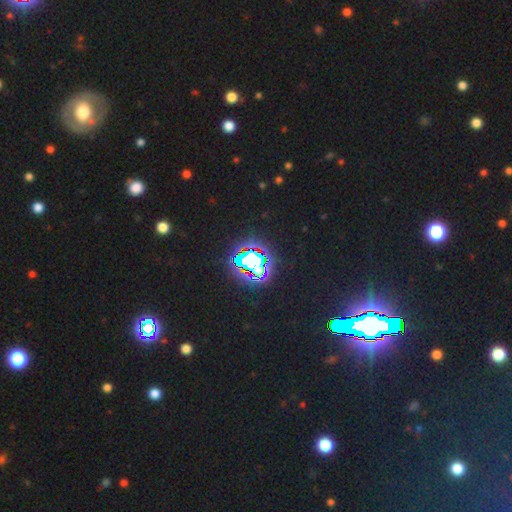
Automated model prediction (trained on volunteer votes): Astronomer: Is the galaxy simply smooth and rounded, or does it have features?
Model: star or artifact — 68%.